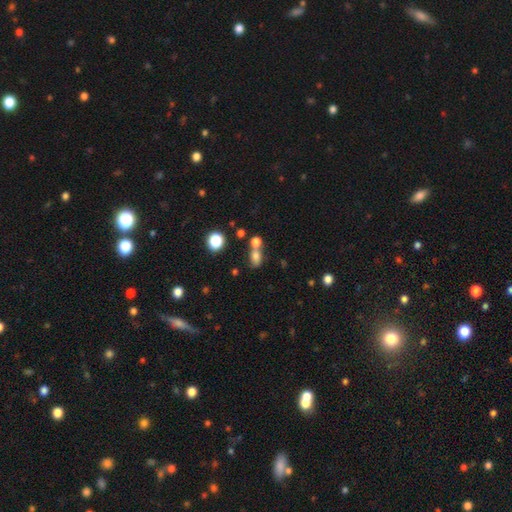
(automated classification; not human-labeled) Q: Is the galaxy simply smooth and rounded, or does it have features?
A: smooth — 72%.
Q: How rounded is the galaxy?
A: in between — 64%.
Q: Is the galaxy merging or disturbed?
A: merger — 45%.